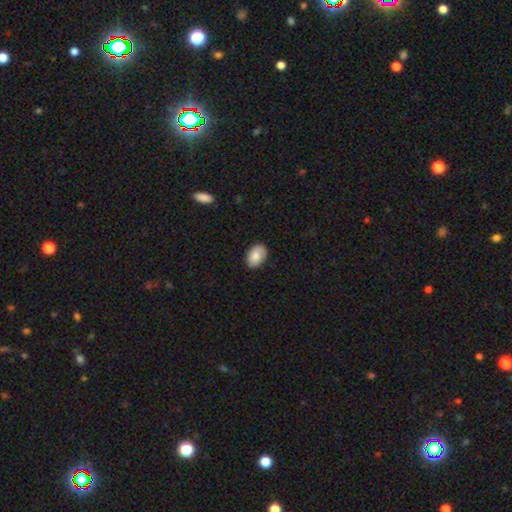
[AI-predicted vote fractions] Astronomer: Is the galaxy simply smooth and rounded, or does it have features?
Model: smooth — 82%.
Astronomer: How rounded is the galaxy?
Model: in between — 85%.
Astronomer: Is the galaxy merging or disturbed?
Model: none — 85%.